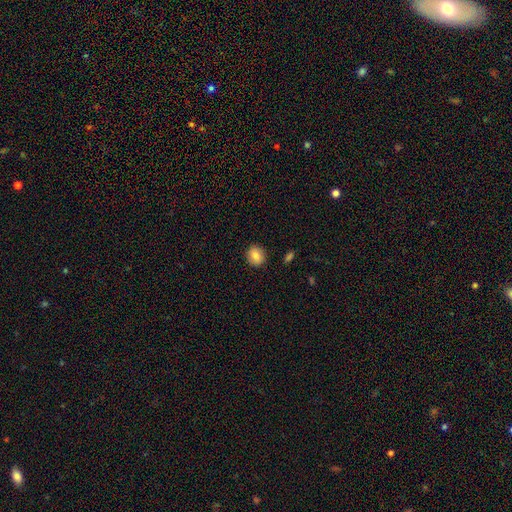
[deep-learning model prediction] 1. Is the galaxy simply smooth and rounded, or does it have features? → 84% smooth, 8% star or artifact, 8% featured or disk.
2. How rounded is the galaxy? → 73% round, 26% in between, 1% cigar-shaped.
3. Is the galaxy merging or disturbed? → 89% none, 8% minor disturbance, 2% major disturbance, 1% merger.